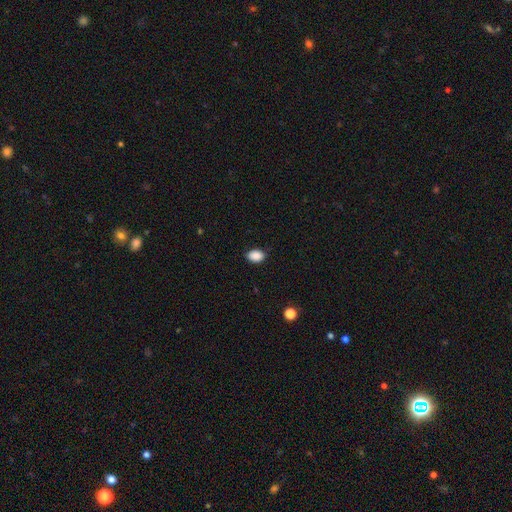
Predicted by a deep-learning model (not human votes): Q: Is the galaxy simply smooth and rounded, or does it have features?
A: smooth — 89%.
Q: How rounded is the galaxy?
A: in between — 79%.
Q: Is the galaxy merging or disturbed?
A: none — 84%.